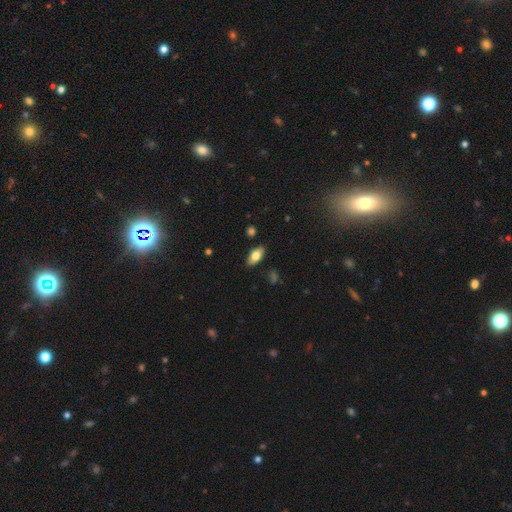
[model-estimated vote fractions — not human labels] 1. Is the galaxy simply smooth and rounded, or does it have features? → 75% smooth, 18% featured or disk, 7% star or artifact.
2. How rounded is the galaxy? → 89% in between, 8% cigar-shaped, 3% round.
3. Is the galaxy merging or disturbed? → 86% none, 10% minor disturbance, 2% major disturbance, 2% merger.